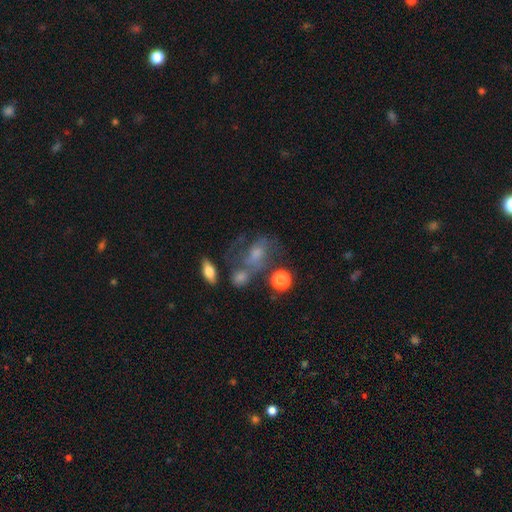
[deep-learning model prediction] Q: Smooth or featured?
A: featured or disk (46%); runner-up: smooth (37%)
Q: Merging?
A: none (44%); runner-up: minor disturbance (20%)